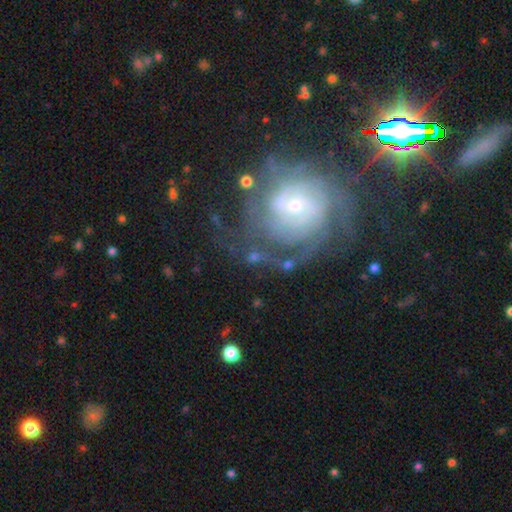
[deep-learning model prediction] smooth-or-featured: featured or disk: 80% | smooth: 12% | star or artifact: 9%
  disk-edge-on: no: 97% | yes: 3%
    bar: no: 60% | weak: 30% | strong: 10%
    has-spiral-arms: yes: 92% | no: 8%
      spiral-winding: tight: 67% | medium: 25% | loose: 8%
      spiral-arm-count: can't tell: 36% | 2: 17% | 3: 16% | 4: 14% | more than 4: 9% | 1: 7%
    bulge-size: small: 71% | moderate: 23% | large: 2% | none: 2% | dominant: 1%
  merging: none: 62% | minor disturbance: 17% | major disturbance: 15% | merger: 6%